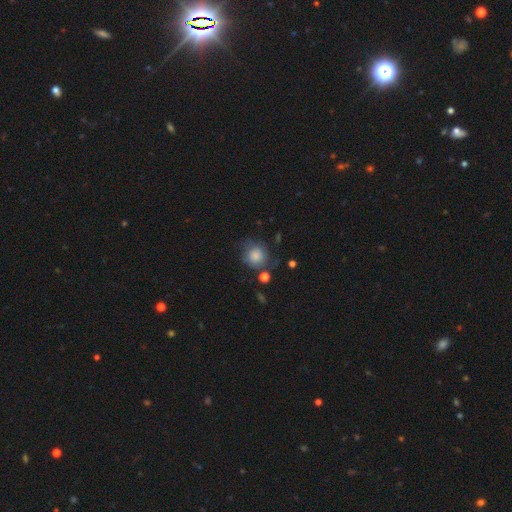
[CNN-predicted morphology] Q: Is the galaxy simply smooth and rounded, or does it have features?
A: smooth — 79%.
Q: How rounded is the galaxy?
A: round — 85%.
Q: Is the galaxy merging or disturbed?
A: none — 60%.